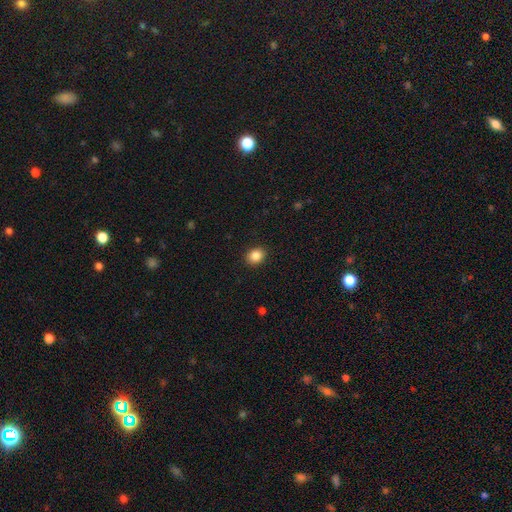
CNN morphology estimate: smooth-or-featured: smooth: 87% | star or artifact: 9% | featured or disk: 4%
  how-rounded: round: 56% | in between: 43% | cigar-shaped: 1%
  merging: none: 91% | minor disturbance: 6% | major disturbance: 2% | merger: 1%